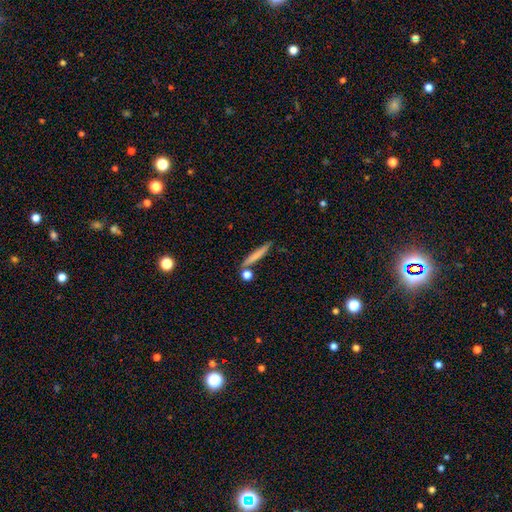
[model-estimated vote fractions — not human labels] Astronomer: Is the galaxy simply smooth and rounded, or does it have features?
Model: smooth — 73%.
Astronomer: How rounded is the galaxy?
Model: cigar-shaped — 90%.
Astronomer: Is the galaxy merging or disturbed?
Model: none — 76%.